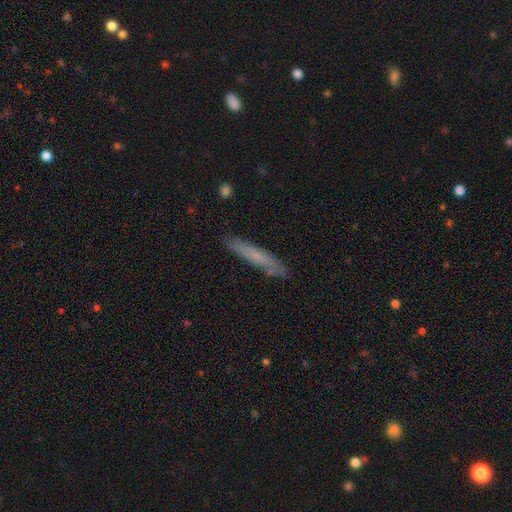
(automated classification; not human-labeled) Smooth or featured? smooth (61%)
How rounded? cigar-shaped (93%)
Merging? none (86%)